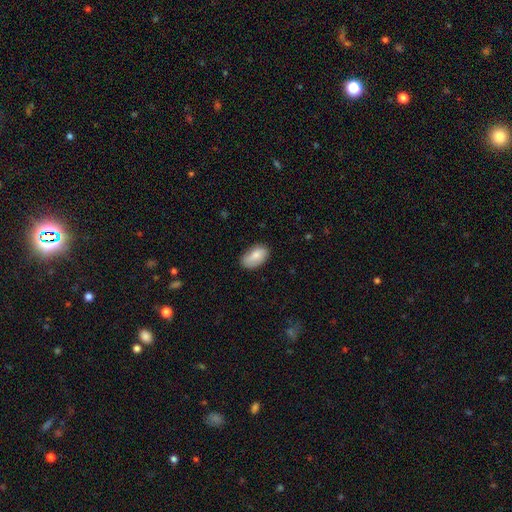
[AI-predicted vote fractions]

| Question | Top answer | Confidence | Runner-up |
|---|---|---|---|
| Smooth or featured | smooth | 80% | featured or disk (13%) |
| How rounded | in between | 93% | round (5%) |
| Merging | none | 74% | minor disturbance (21%) |